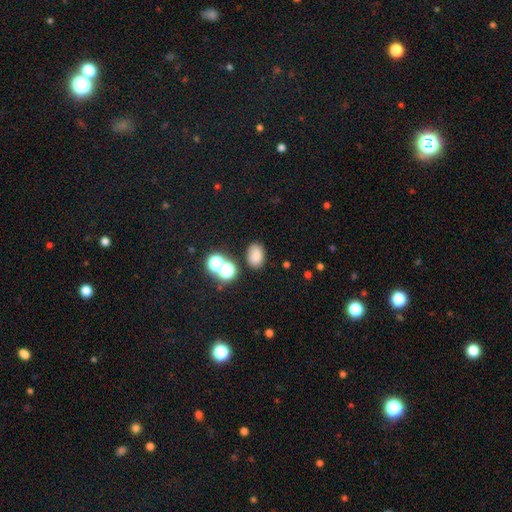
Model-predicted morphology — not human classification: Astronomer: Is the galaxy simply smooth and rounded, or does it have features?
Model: smooth — 76%.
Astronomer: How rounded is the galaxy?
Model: in between — 77%.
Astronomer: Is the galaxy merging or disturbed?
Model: none — 76%.